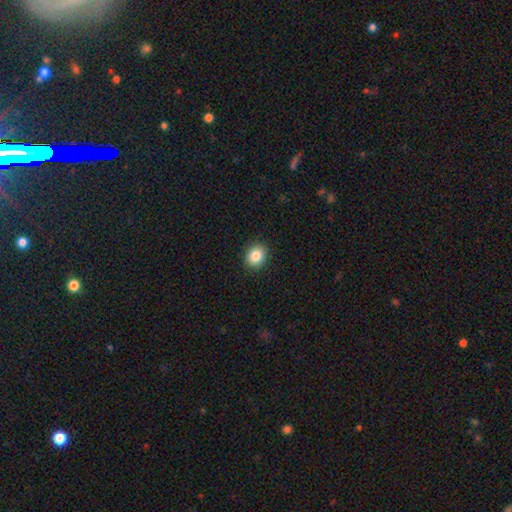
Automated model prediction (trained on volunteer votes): smooth_or_featured: smooth (p=0.84) [alt: star or artifact p=0.09]
how_rounded: round (p=0.60) [alt: in between p=0.39]
merging: none (p=0.90) [alt: minor disturbance p=0.07]